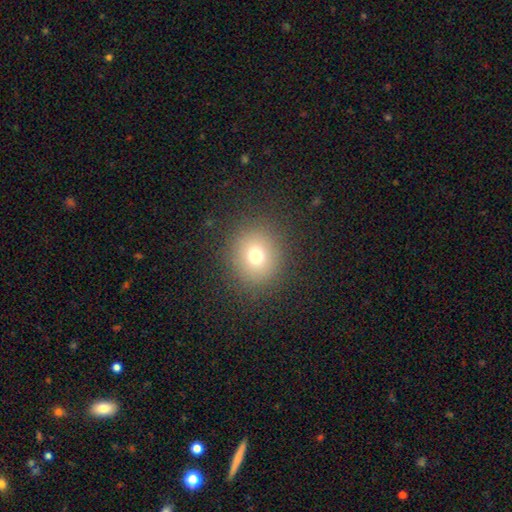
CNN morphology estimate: Smooth or featured: smooth — 72% (star or artifact — 17%)
How rounded: round — 88% (in between — 11%)
Merging: none — 88% (minor disturbance — 7%)